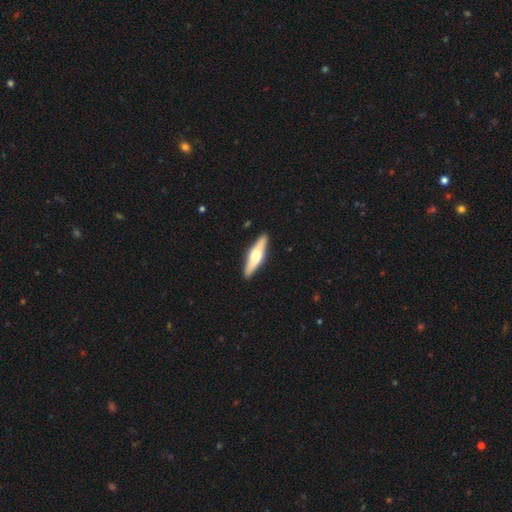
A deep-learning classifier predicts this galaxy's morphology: A featured or disk galaxy (54%) viewed edge-on (91%).

Vote fractions:
- Smooth or featured? featured or disk: 54% / smooth: 41% / star or artifact: 5%
- Edge-on disk? yes: 91% / no: 9%
- Merging? none: 91% / minor disturbance: 7% / major disturbance: 1% / merger: 1%